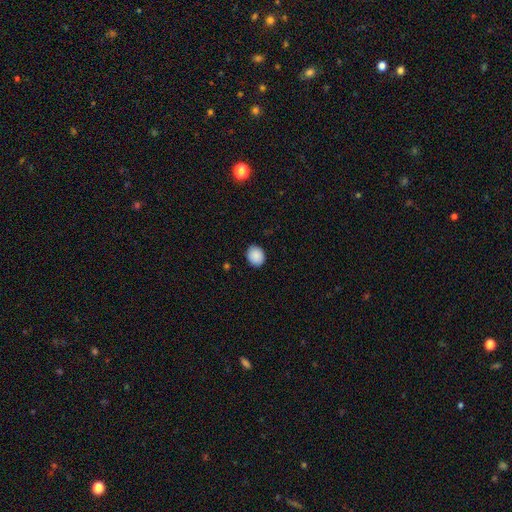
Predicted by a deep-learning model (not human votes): Smooth or featured? Predicted: smooth (p=0.89). How rounded? Predicted: round (p=0.59). Merging? Predicted: none (p=0.88).